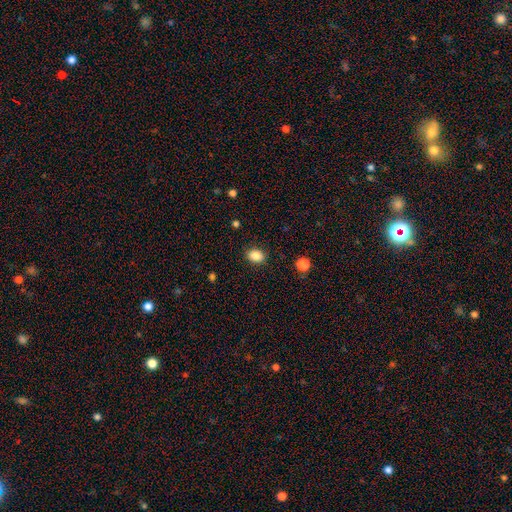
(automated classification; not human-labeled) The model was most divided on "how rounded": in between: 64%, round: 35%, cigar-shaped: 1%. More confident: merging — none (88%); smooth or featured — smooth (86%).